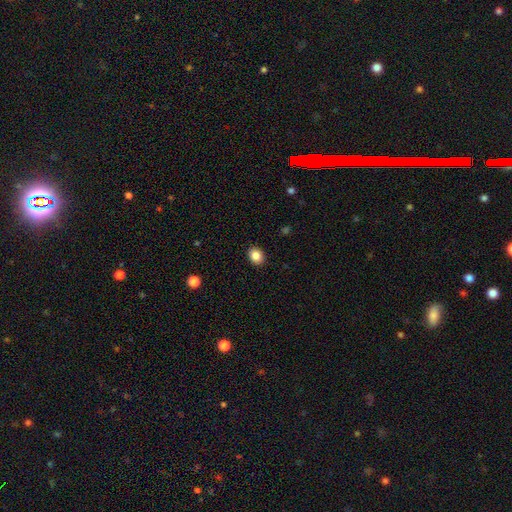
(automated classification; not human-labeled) smooth_or_featured: smooth (p=0.86) [alt: star or artifact p=0.10]
how_rounded: round (p=0.56) [alt: in between p=0.43]
merging: none (p=0.91) [alt: minor disturbance p=0.06]